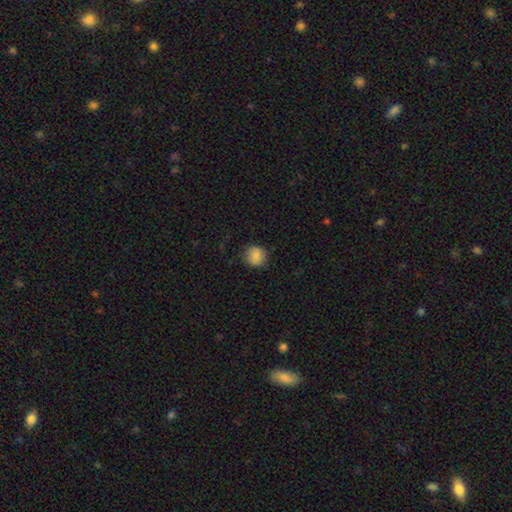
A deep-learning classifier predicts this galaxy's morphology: A smooth galaxy with no disk features (86%) that is round (84%). Merging: none (82%).